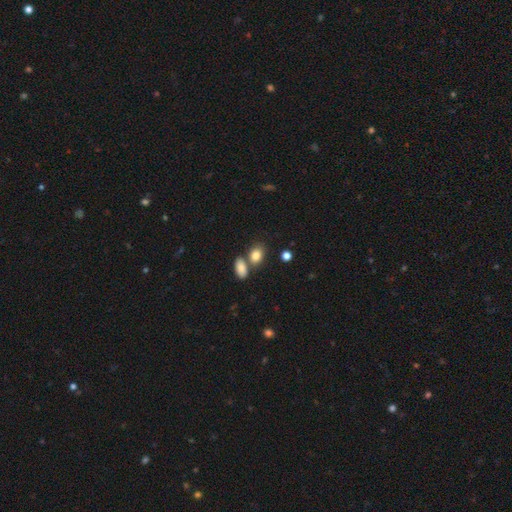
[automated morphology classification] The model was most divided on "merging": none: 57%, merger: 28%, minor disturbance: 12%, major disturbance: 4%. More confident: smooth or featured — smooth (84%); how rounded — in between (70%).